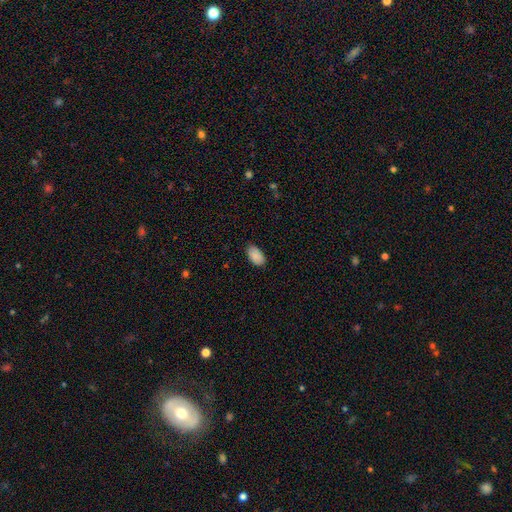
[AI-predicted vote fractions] This is clearly a smooth galaxy (89%). How rounded: clearly in between (95%). Merging: clearly none (84%).